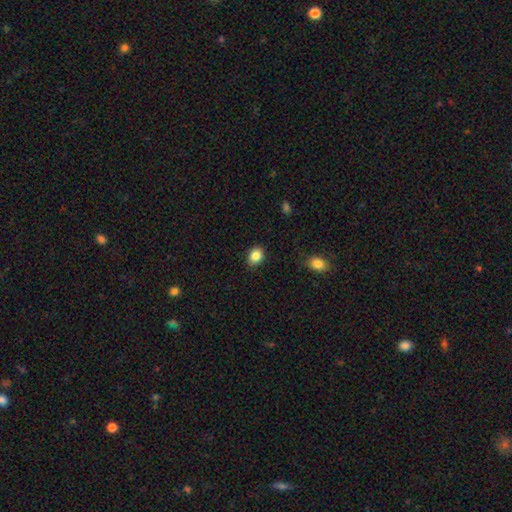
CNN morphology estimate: This appears to be a smooth galaxy with no disk features (86%) that is in between round and cigar-shaped (57%). Merging: none (87%).